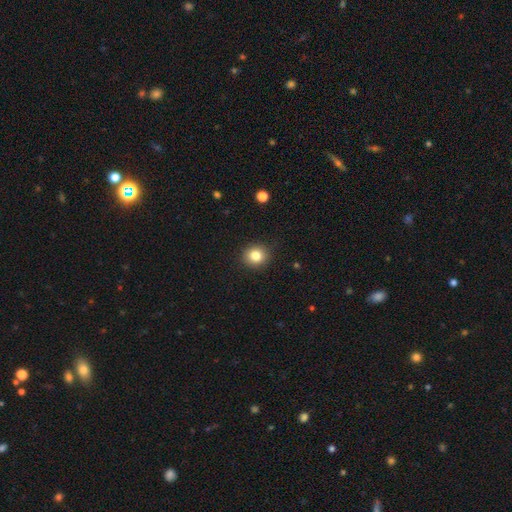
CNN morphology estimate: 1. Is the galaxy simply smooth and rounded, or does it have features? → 82% smooth, 11% star or artifact, 7% featured or disk.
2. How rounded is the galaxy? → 87% round, 12% in between, 1% cigar-shaped.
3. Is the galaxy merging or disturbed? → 90% none, 7% minor disturbance, 2% major disturbance, 1% merger.